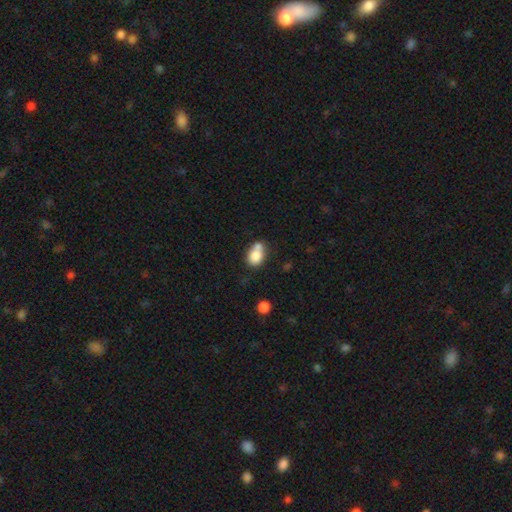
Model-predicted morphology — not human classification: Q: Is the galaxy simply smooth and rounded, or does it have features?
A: smooth — 79%.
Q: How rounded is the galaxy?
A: in between — 57%.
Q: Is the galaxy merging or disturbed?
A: merger — 45%.